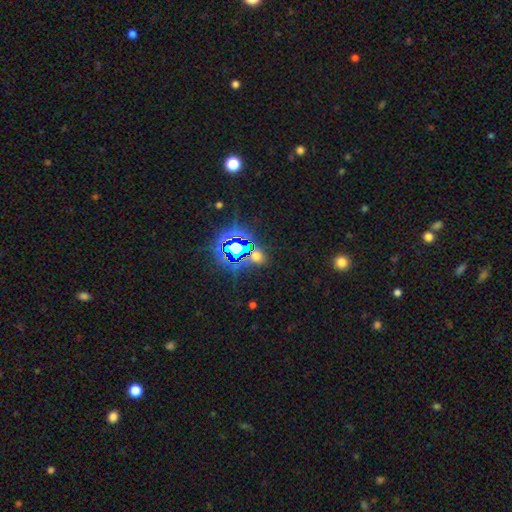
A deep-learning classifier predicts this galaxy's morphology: Q: Smooth or featured?
A: star or artifact (62%); runner-up: smooth (31%)